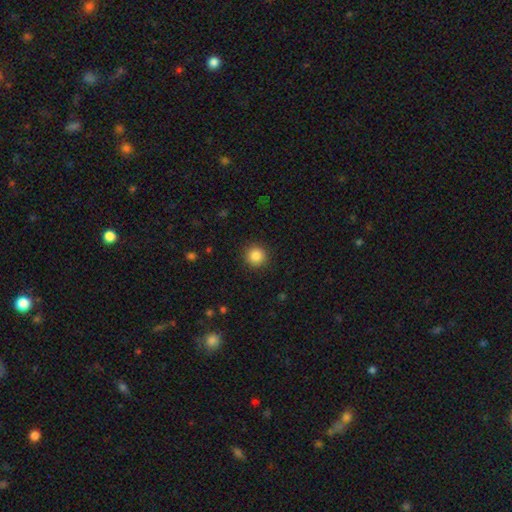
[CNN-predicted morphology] Q: Smooth or featured?
A: smooth (86%); runner-up: star or artifact (10%)
Q: How rounded?
A: round (94%); runner-up: in between (5%)
Q: Merging?
A: none (92%); runner-up: minor disturbance (5%)